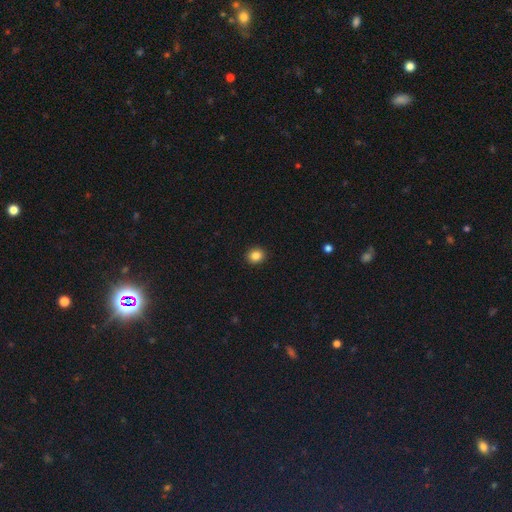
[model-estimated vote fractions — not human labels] A smooth galaxy with no disk features (85%) that is round (79%).

Vote fractions:
- Smooth or featured? smooth: 85% / star or artifact: 10% / featured or disk: 4%
- How rounded? round: 79% / in between: 21% / cigar-shaped: 1%
- Merging? none: 92% / minor disturbance: 5% / major disturbance: 2% / merger: 1%